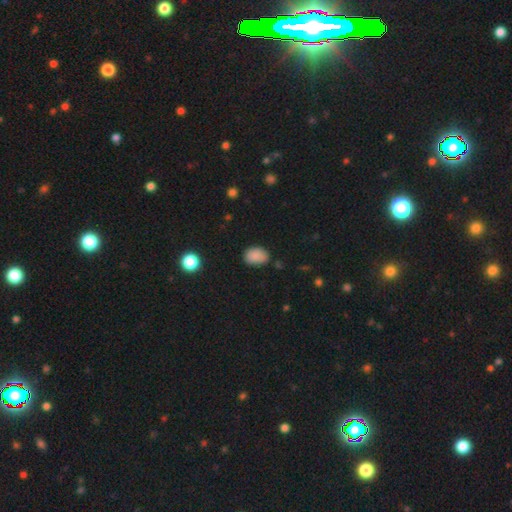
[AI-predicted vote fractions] Q: Smooth or featured?
A: smooth (87%); runner-up: star or artifact (9%)
Q: How rounded?
A: in between (76%); runner-up: round (23%)
Q: Merging?
A: none (77%); runner-up: minor disturbance (18%)